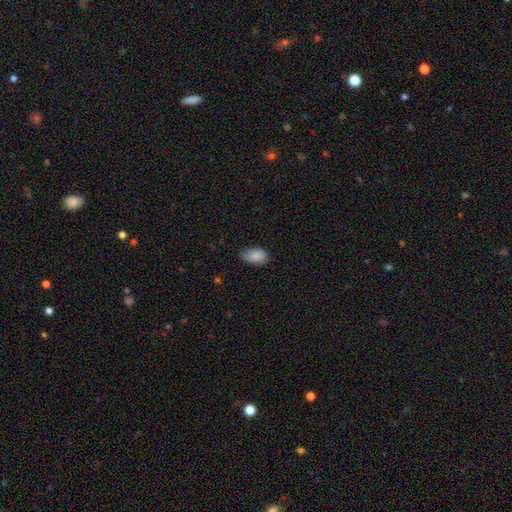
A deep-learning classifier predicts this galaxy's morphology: Overall: smooth (86%). How rounded: in between (93%). Merging: none (67%; minor disturbance 27%).